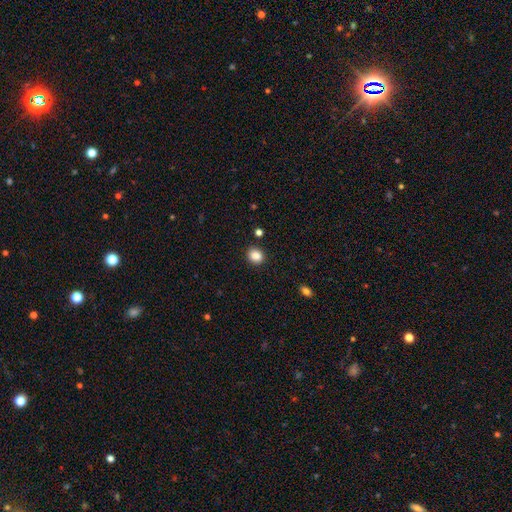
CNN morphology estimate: Smooth or featured? Predicted: smooth (p=0.86). How rounded? Predicted: round (p=0.65). Merging? Predicted: none (p=0.89).